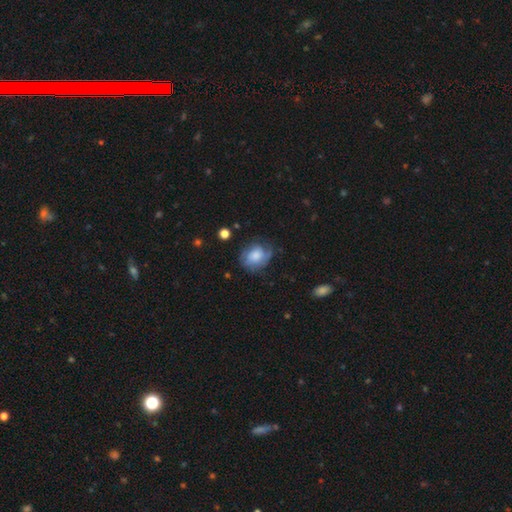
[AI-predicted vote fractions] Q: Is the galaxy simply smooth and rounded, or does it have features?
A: smooth — 55%.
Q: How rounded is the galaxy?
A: round — 54%.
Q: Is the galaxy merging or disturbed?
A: none — 57%.